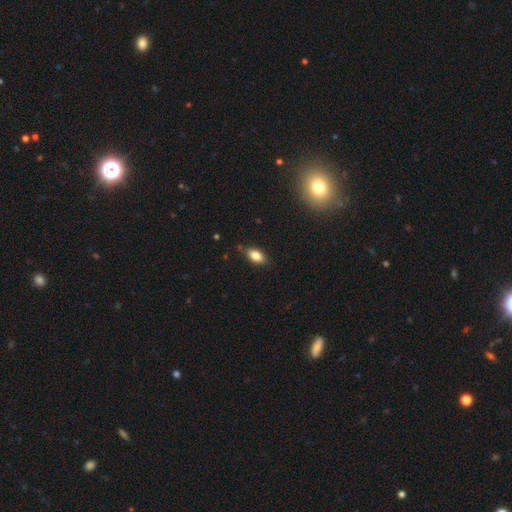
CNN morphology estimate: Smooth or featured? smooth (83%)
How rounded? in between (89%)
Merging? none (81%)